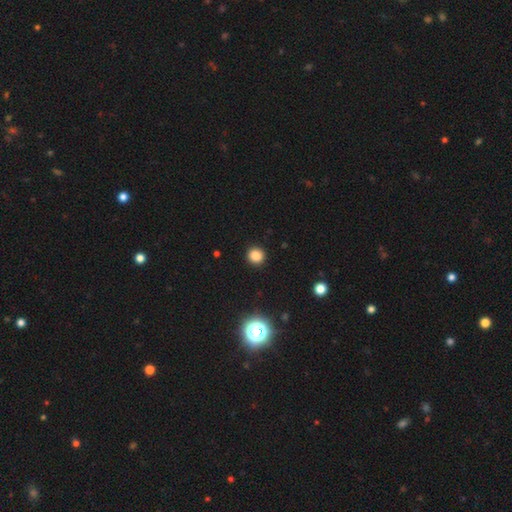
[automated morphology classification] Smooth or featured? Predicted: smooth (p=0.83). How rounded? Predicted: round (p=0.92). Merging? Predicted: none (p=0.92).